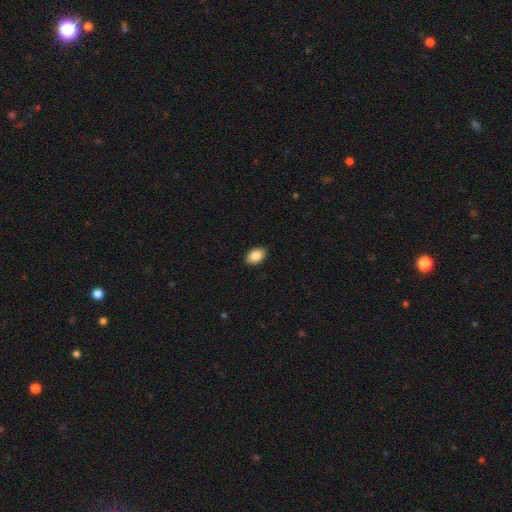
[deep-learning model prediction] Q: Smooth or featured?
A: smooth (87%); runner-up: star or artifact (7%)
Q: How rounded?
A: in between (91%); runner-up: round (7%)
Q: Merging?
A: none (91%); runner-up: minor disturbance (7%)